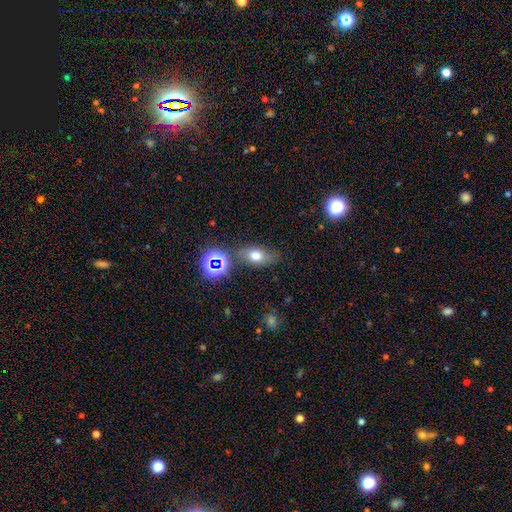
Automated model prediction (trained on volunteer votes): smooth-or-featured: smooth: 66% | star or artifact: 18% | featured or disk: 16%
  how-rounded: in between: 75% | round: 19% | cigar-shaped: 6%
  merging: none: 74% | minor disturbance: 14% | merger: 7% | major disturbance: 5%